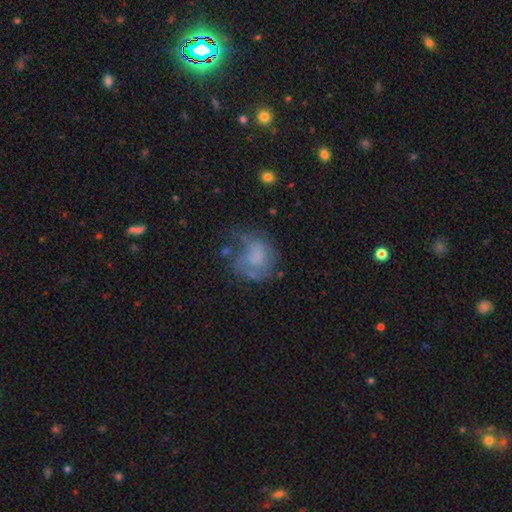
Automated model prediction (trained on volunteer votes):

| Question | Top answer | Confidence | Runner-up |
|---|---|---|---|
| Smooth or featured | featured or disk | 48% | smooth (41%) |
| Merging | major disturbance | 38% | none (33%) |